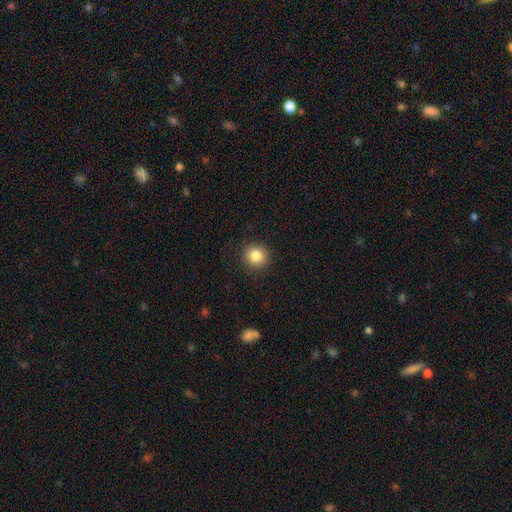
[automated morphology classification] A smooth galaxy with no disk features (85%) that is round (91%).

Vote fractions:
- Smooth or featured? smooth: 85% / star or artifact: 10% / featured or disk: 5%
- How rounded? round: 91% / in between: 8% / cigar-shaped: 1%
- Merging? none: 91% / minor disturbance: 6% / major disturbance: 2% / merger: 1%